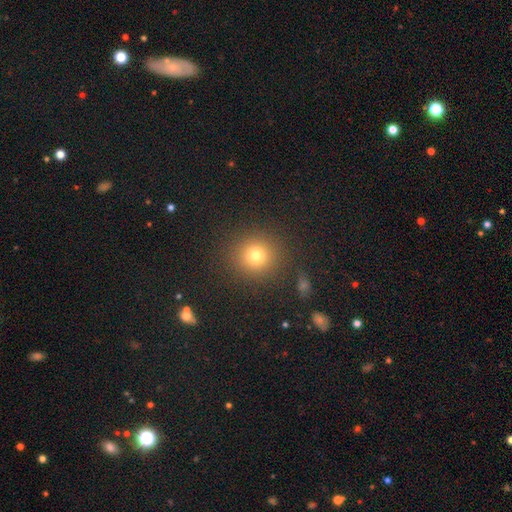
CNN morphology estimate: smooth 76%, star or artifact 16%, featured or disk 8%. Down the decision tree: how rounded — round (92%); merging — none (88%).